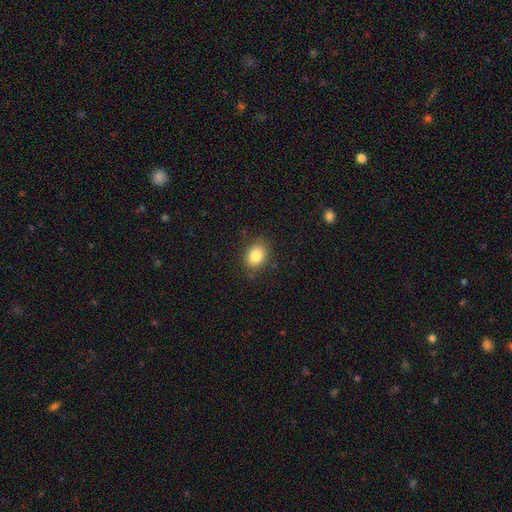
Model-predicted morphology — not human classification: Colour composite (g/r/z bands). It shows a smooth galaxy with no disk features (84%) that is in between round and cigar-shaped (64%). Merging: none (83%).